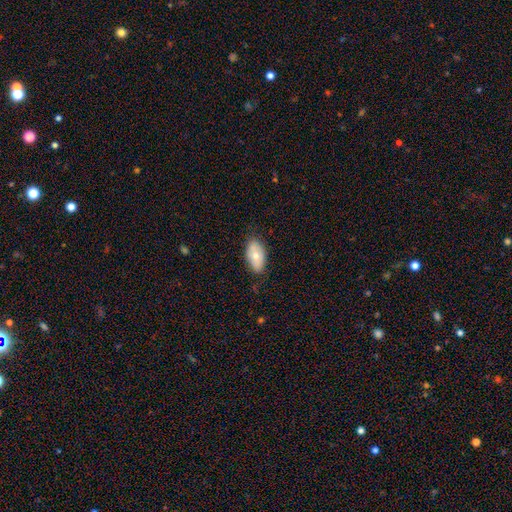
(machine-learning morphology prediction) Smooth or featured: smooth — 67% (featured or disk — 26%)
How rounded: in between — 93% (round — 5%)
Merging: none — 78% (minor disturbance — 17%)